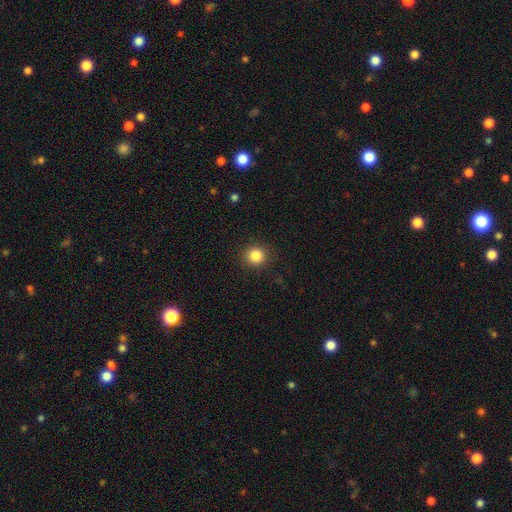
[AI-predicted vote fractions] smooth 85%, star or artifact 11%, featured or disk 4%. Down the decision tree: how rounded — round (90%); merging — none (90%).